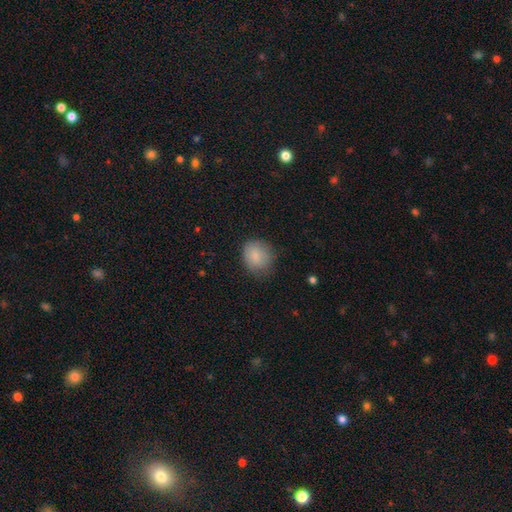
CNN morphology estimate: Smooth or featured? Predicted: smooth (p=0.86). How rounded? Predicted: round (p=0.66). Merging? Predicted: none (p=0.72).